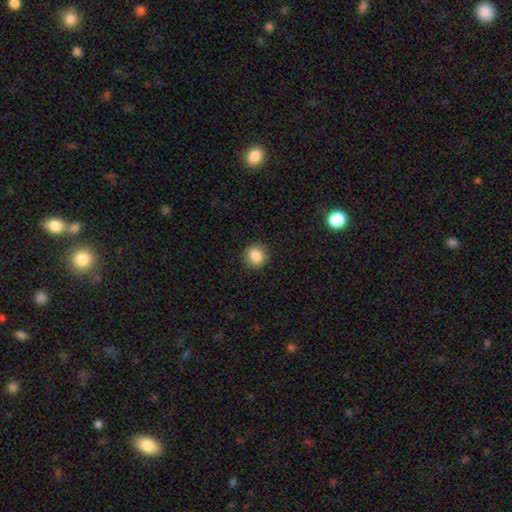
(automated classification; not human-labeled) The model was most divided on "smooth or featured": smooth: 86%, star or artifact: 9%, featured or disk: 5%. More confident: how rounded — round (91%); merging — none (91%).